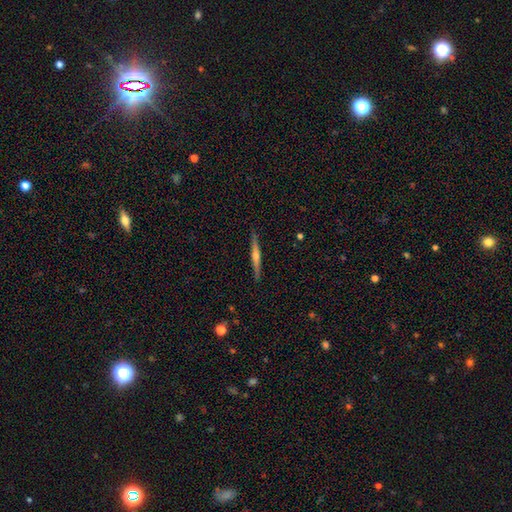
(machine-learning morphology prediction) The model was most divided on "smooth or featured": featured or disk: 75%, smooth: 19%, star or artifact: 6%. More confident: edge-on disk — yes (98%); merging — none (91%); edge-on bulge — rounded (84%).